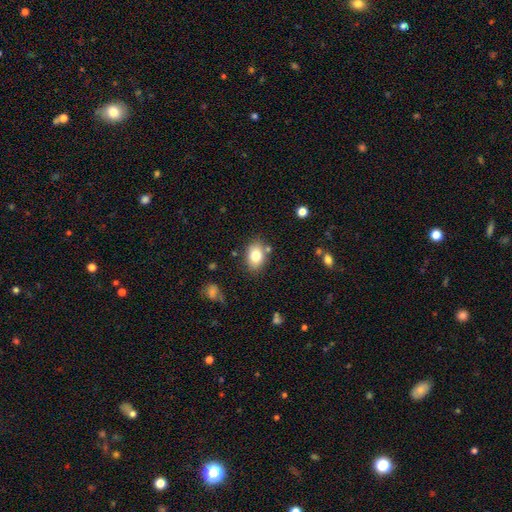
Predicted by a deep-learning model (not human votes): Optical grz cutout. It shows a smooth galaxy with no disk features (79%) that is in between round and cigar-shaped (77%). Merging: none (79%).